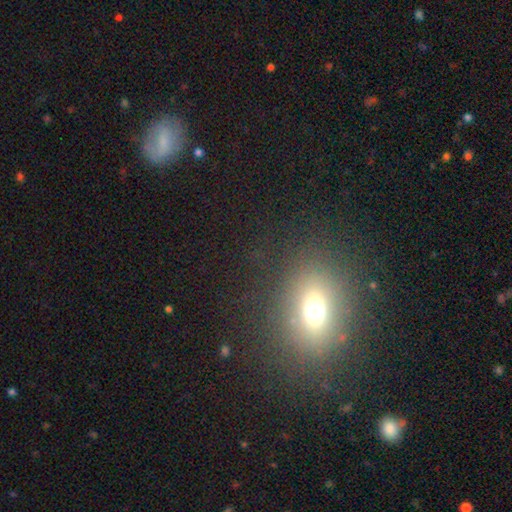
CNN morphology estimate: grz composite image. It shows a smooth galaxy with no disk features (61%) that is in between round and cigar-shaped (63%). Merging: none (86%).